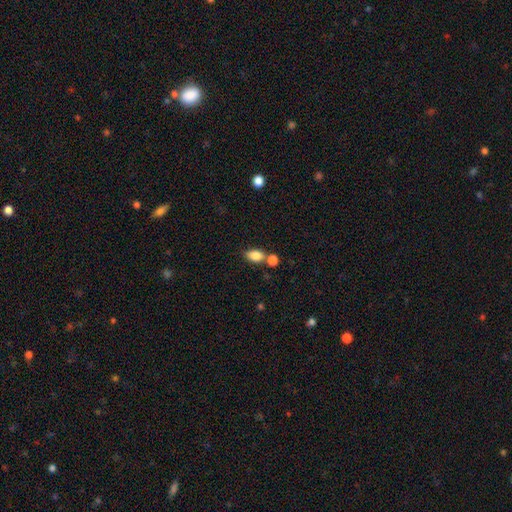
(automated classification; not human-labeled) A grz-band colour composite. It shows a smooth galaxy with no disk features (84%) that is in between round and cigar-shaped (83%). Merging: none (56%).